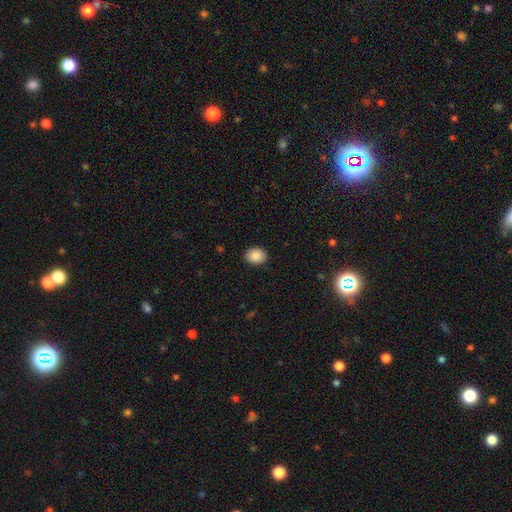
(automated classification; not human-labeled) This appears to be a smooth galaxy with no disk features (89%) that is in between round and cigar-shaped (56%). Merging: none (90%).